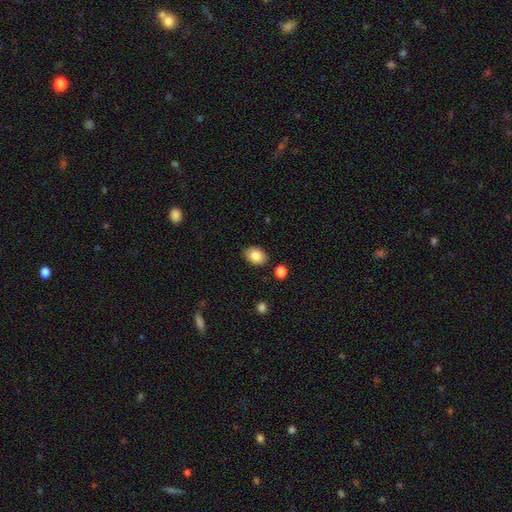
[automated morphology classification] A smooth galaxy with no disk features (85%) that is in between round and cigar-shaped (70%). Merging: none (85%).